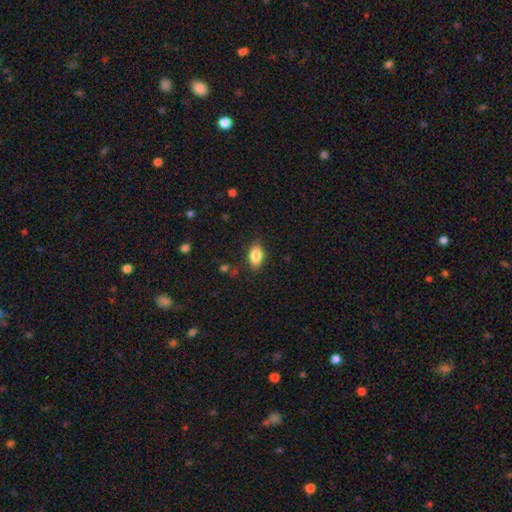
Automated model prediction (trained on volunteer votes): Overall: smooth (84%). How rounded: in between (88%). Merging: none (83%).